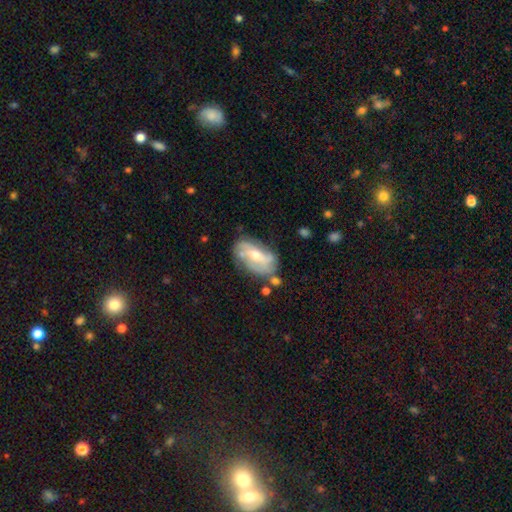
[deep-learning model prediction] Smooth or featured? featured or disk (66%)
Edge-on disk? no (93%)
Bar? no (46%)
Spiral arms? yes (70%)
Bulge size? moderate (61%)
Merging? none (58%)